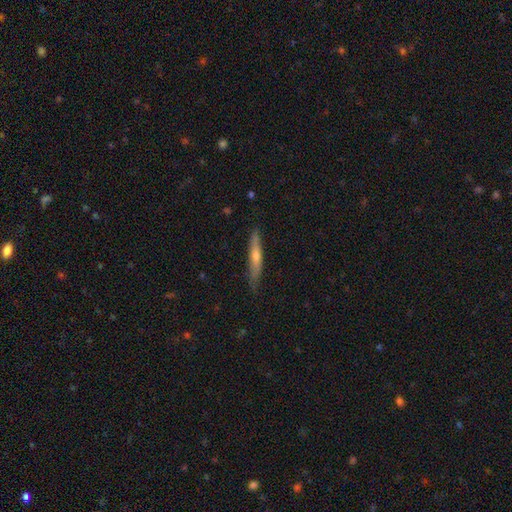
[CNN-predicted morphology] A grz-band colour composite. It shows a smooth galaxy with no disk features (47%, tied with featured or disk). Merging: none (81%).